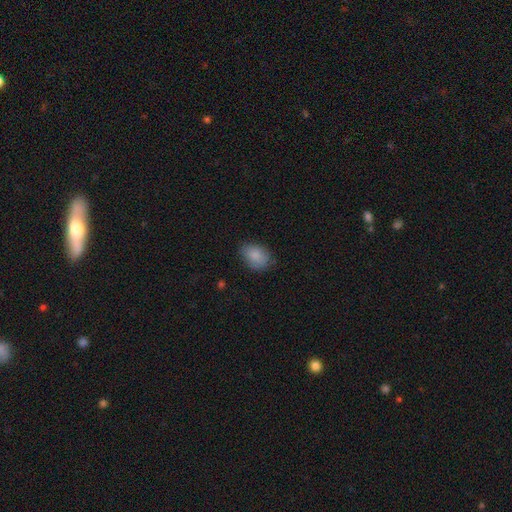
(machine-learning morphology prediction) Smooth or featured?
  - smooth: 85% *
  - star or artifact: 7%
  - featured or disk: 7%
How rounded?
  - in between: 79% *
  - round: 20%
  - cigar-shaped: 1%
Merging?
  - none: 71% *
  - minor disturbance: 23%
  - major disturbance: 5%
  - merger: 1%